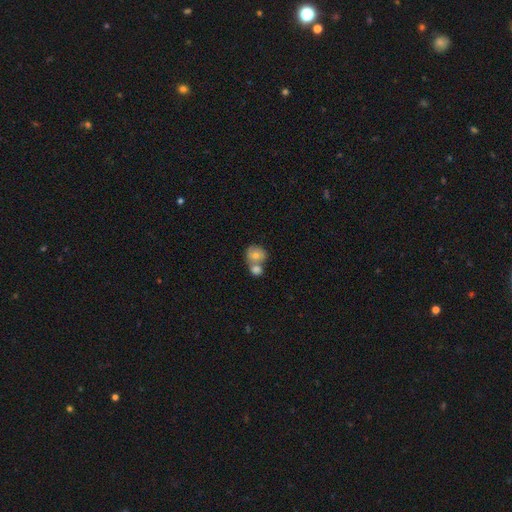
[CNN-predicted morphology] Overall: smooth (75%). How rounded: round (73%). Merging: merger (59%; none 30%).